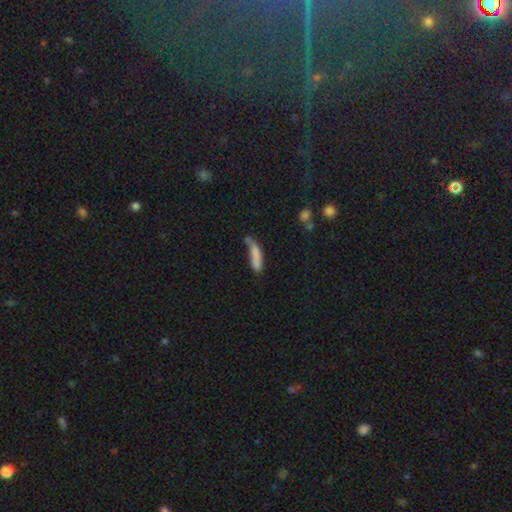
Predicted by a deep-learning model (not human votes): smooth_or_featured: smooth (p=0.76) [alt: featured or disk p=0.15]
how_rounded: cigar-shaped (p=0.68) [alt: in between p=0.30]
merging: none (p=0.37) [alt: minor disturbance p=0.29]